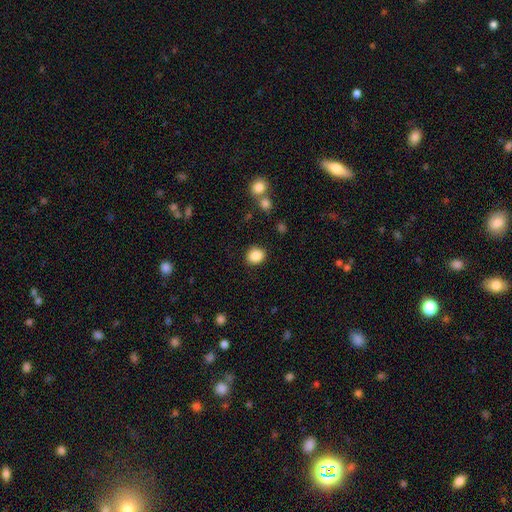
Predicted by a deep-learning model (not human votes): Smooth or featured?
  - smooth: 87% *
  - star or artifact: 9%
  - featured or disk: 4%
How rounded?
  - round: 73% *
  - in between: 26%
  - cigar-shaped: 1%
Merging?
  - none: 88% *
  - minor disturbance: 8%
  - major disturbance: 3%
  - merger: 2%